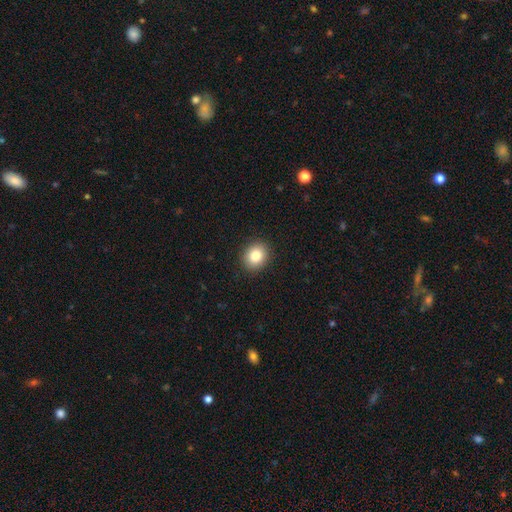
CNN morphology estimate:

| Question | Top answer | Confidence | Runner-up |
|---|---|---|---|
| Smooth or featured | smooth | 83% | star or artifact (10%) |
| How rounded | round | 65% | in between (34%) |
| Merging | none | 91% | minor disturbance (6%) |